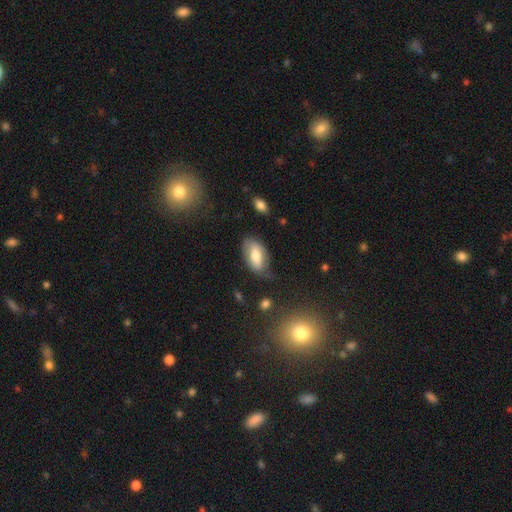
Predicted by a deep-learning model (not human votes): Overall: smooth (65%; featured or disk 28%). How rounded: in between (91%). Merging: none (61%; minor disturbance 27%).